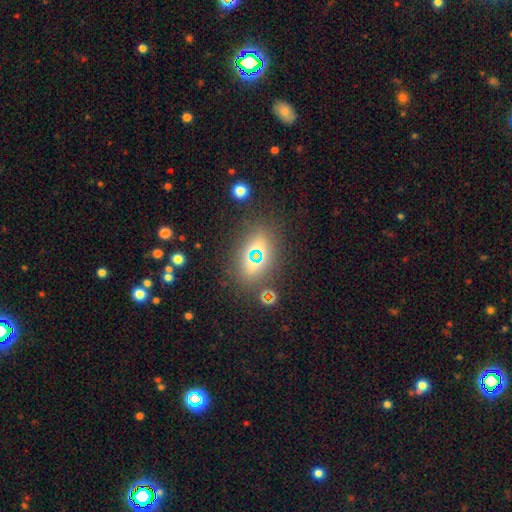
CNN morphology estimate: Overall: star or artifact (56%; smooth 31%).